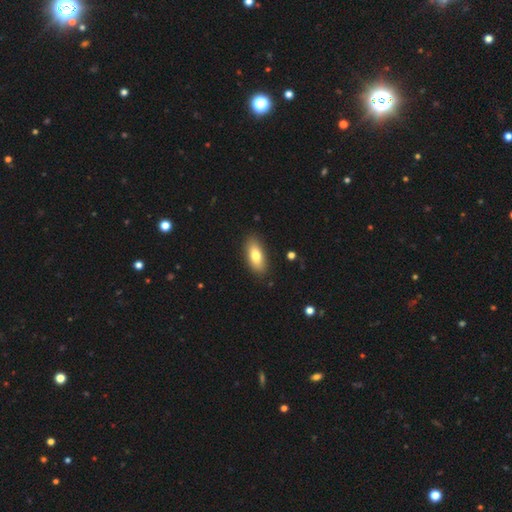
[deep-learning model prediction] Smooth or featured? Predicted: smooth (p=0.77). How rounded? Predicted: in between (p=0.84). Merging? Predicted: none (p=0.87).